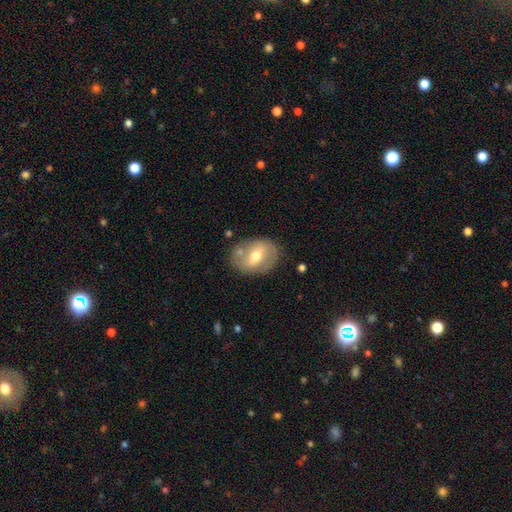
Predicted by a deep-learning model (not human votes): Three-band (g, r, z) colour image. It shows a featured or disk galaxy (48%). Merging: none (74%).